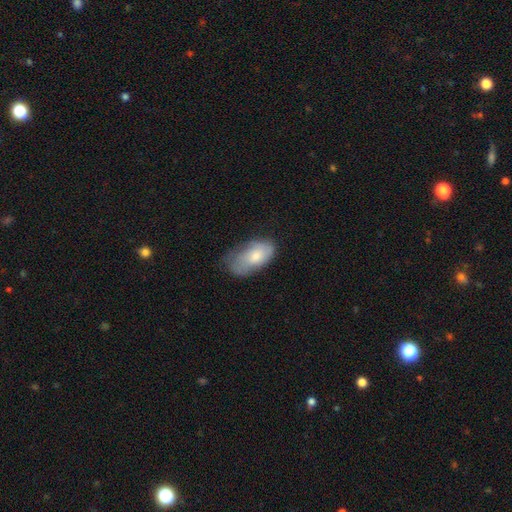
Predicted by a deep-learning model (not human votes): Q: Smooth or featured?
A: smooth (68%); runner-up: featured or disk (26%)
Q: How rounded?
A: in between (93%); runner-up: round (4%)
Q: Merging?
A: none (41%); runner-up: minor disturbance (39%)